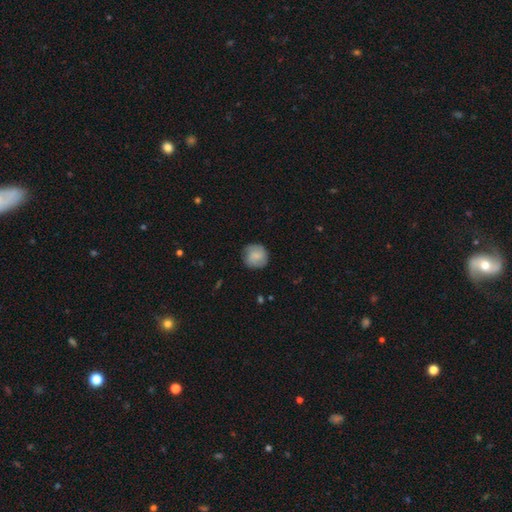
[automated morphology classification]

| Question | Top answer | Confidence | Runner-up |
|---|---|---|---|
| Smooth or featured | smooth | 72% | featured or disk (20%) |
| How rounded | round | 91% | in between (8%) |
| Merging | none | 78% | minor disturbance (17%) |